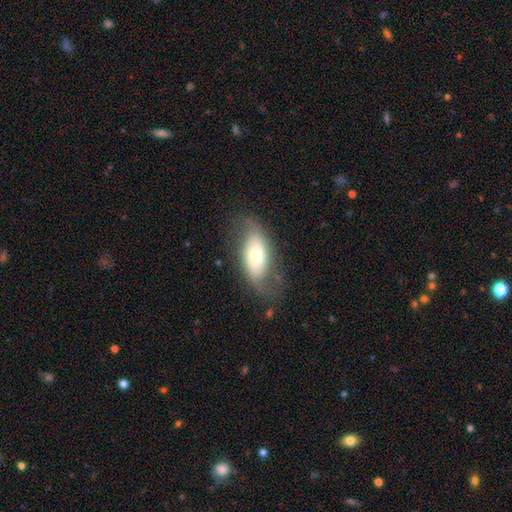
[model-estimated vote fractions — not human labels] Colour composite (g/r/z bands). It shows a featured or disk galaxy (49%). Merging: none (64%).